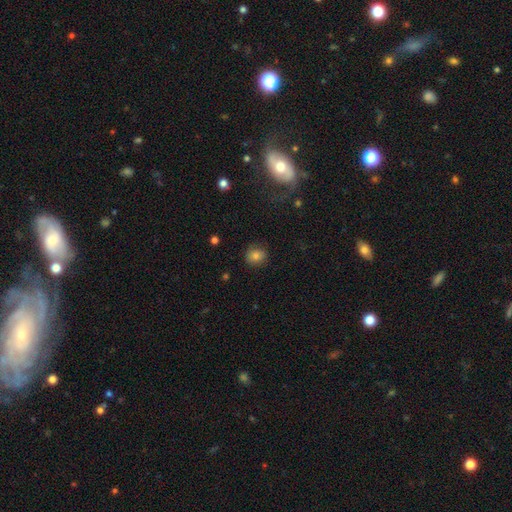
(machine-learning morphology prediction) Smooth or featured?
  - smooth: 78% *
  - star or artifact: 12%
  - featured or disk: 10%
How rounded?
  - round: 80% *
  - in between: 19%
  - cigar-shaped: 1%
Merging?
  - none: 85% *
  - minor disturbance: 11%
  - major disturbance: 3%
  - merger: 1%